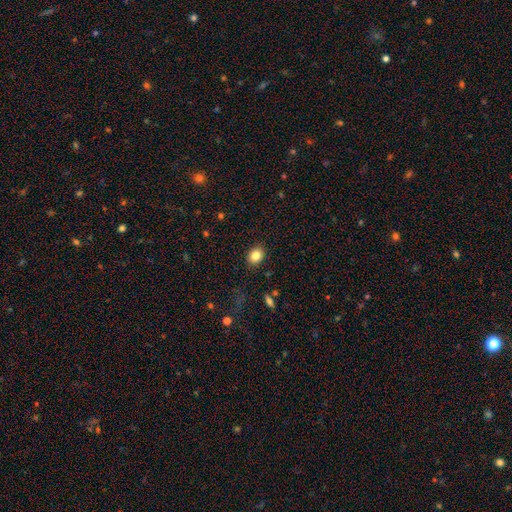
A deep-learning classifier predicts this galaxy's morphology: This appears to be a smooth galaxy with no disk features (84%) that is in between round and cigar-shaped (60%). Merging: none (89%).